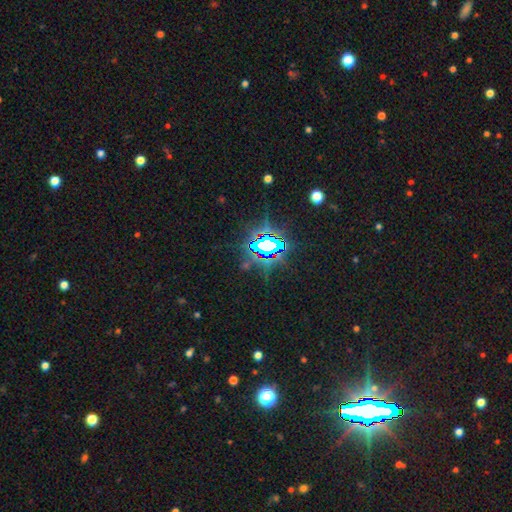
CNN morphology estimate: Smooth or featured? star or artifact (82%)